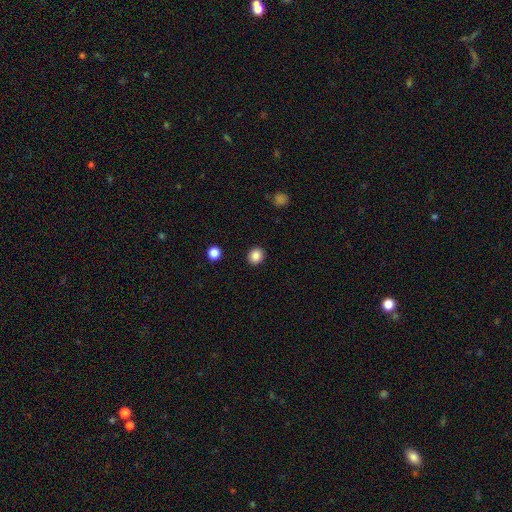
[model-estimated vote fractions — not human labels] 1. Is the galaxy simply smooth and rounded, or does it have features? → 86% smooth, 10% star or artifact, 4% featured or disk.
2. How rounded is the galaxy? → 77% round, 22% in between, 1% cigar-shaped.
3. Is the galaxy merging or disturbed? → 91% none, 6% minor disturbance, 2% major disturbance, 1% merger.